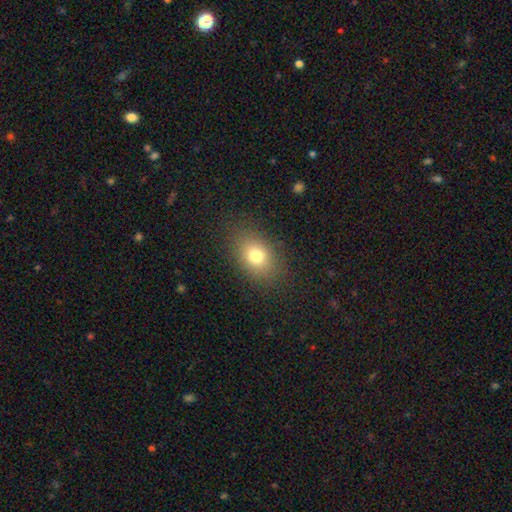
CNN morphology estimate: smooth 76%, star or artifact 12%, featured or disk 11%. Down the decision tree: how rounded — in between (69%); merging — none (84%).